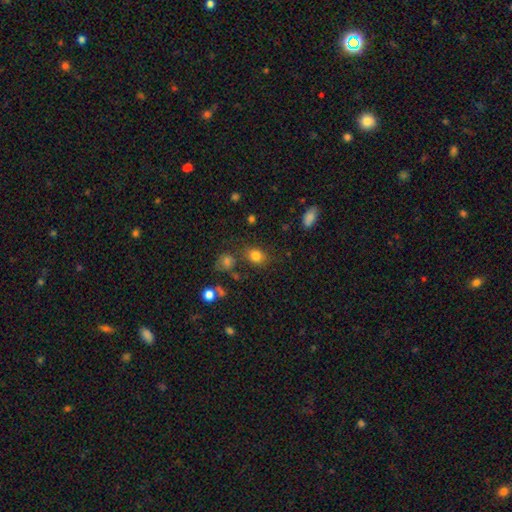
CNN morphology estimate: smooth-or-featured: smooth: 80% | star or artifact: 12% | featured or disk: 7%
  how-rounded: in between: 51% | round: 47% | cigar-shaped: 1%
  merging: none: 74% | minor disturbance: 14% | merger: 7% | major disturbance: 5%